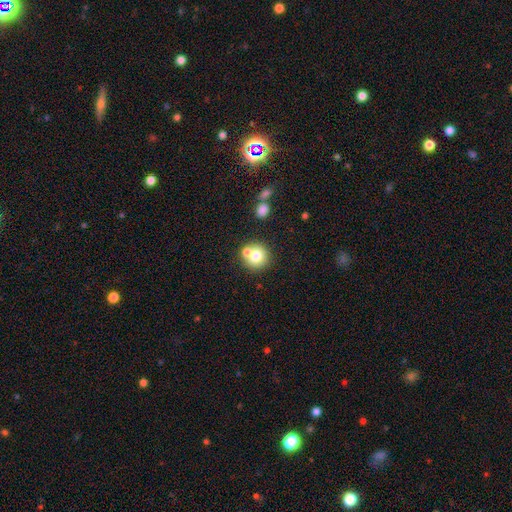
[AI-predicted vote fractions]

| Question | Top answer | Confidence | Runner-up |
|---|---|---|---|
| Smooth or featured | smooth | 73% | featured or disk (16%) |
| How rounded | round | 90% | in between (9%) |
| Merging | none | 58% | merger (31%) |